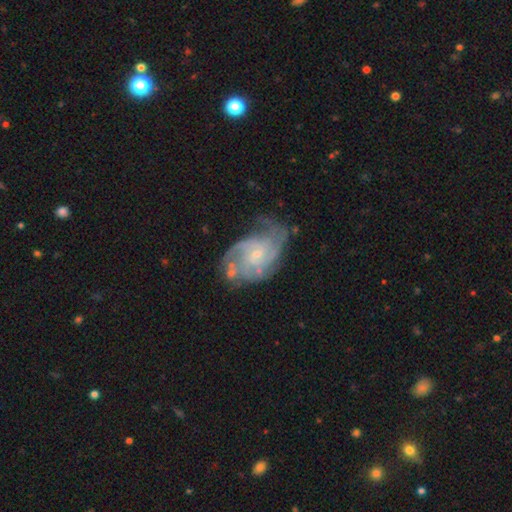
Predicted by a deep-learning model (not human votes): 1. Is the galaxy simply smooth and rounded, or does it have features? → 84% featured or disk, 10% smooth, 6% star or artifact.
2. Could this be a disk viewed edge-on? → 97% no, 3% yes.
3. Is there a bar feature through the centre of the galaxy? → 63% no, 33% weak, 5% strong.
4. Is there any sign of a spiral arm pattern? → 93% yes, 7% no.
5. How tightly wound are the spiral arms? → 44% medium, 38% tight, 18% loose.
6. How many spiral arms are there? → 28% can't tell, 24% 3, 23% 2, 14% 4, 6% 1, 5% more than 4.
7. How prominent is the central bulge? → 75% small, 19% moderate, 4% none, 1% large, 1% dominant.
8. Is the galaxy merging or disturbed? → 54% none, 25% minor disturbance, 17% major disturbance, 5% merger.